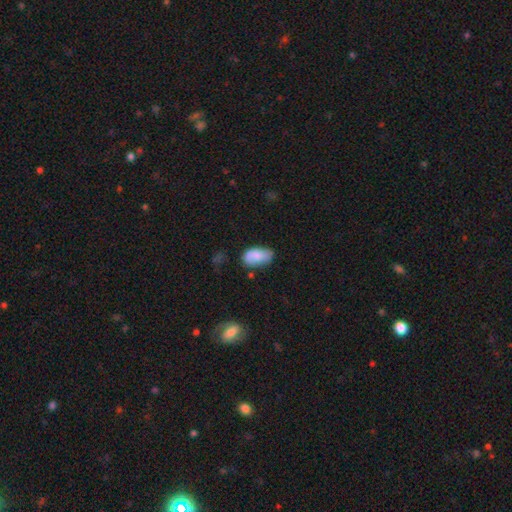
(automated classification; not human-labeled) Smooth or featured? Predicted: smooth (p=0.79). How rounded? Predicted: in between (p=0.93). Merging? Predicted: none (p=0.63).